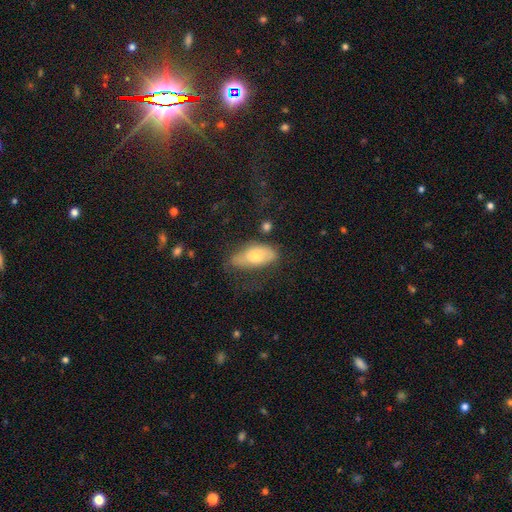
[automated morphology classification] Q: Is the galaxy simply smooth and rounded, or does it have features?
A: smooth — 67%.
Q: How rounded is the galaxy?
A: in between — 88%.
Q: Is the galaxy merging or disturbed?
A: none — 53%.